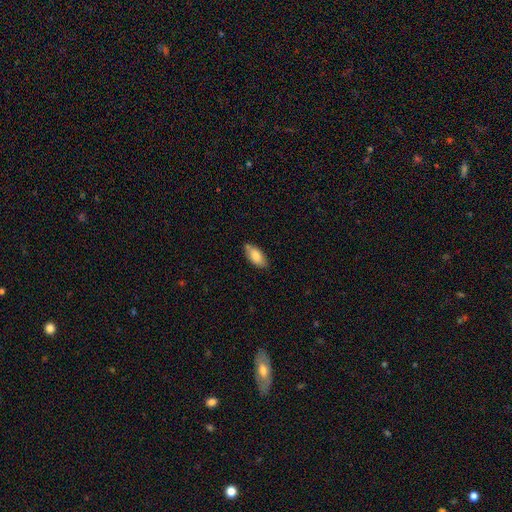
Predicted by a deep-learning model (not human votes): Morphology: type=smooth (82%); roundness=in between (90%); merging=none (76%).